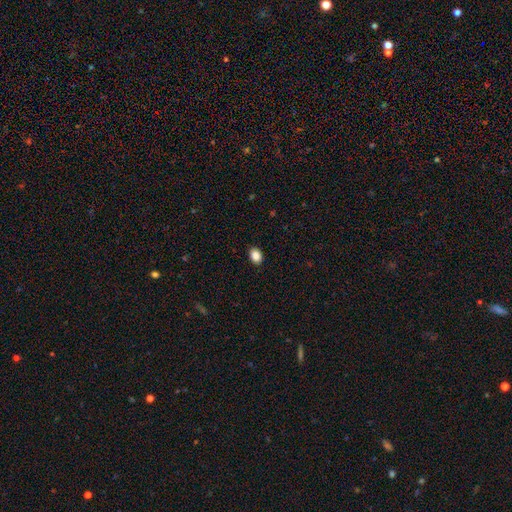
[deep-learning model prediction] Smooth or featured? Predicted: smooth (p=0.88). How rounded? Predicted: in between (p=0.71). Merging? Predicted: none (p=0.90).